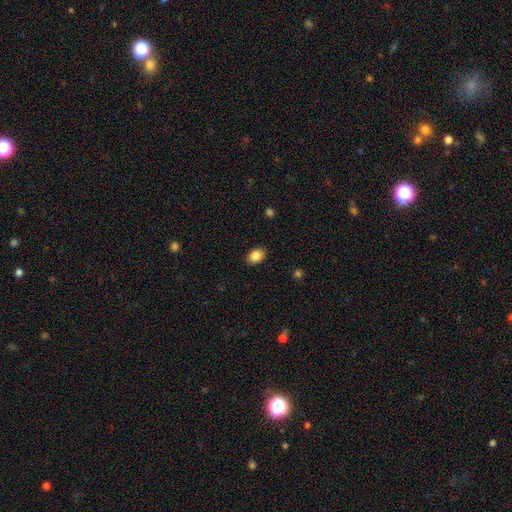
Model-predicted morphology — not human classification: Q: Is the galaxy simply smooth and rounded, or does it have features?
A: smooth — 86%.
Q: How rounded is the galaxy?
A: in between — 80%.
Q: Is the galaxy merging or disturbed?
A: none — 88%.